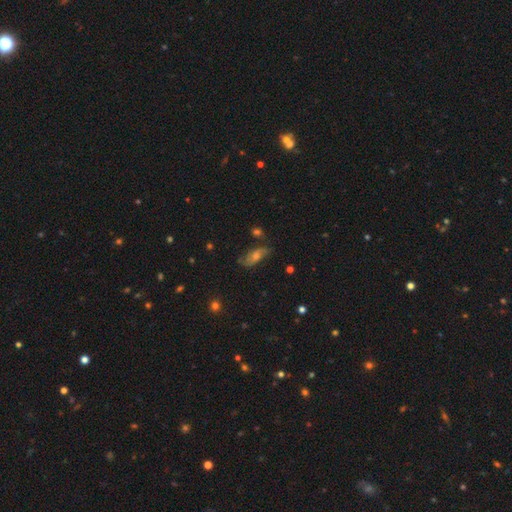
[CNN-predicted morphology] This appears to be a featured or disk galaxy (54%). Merging: none (69%).